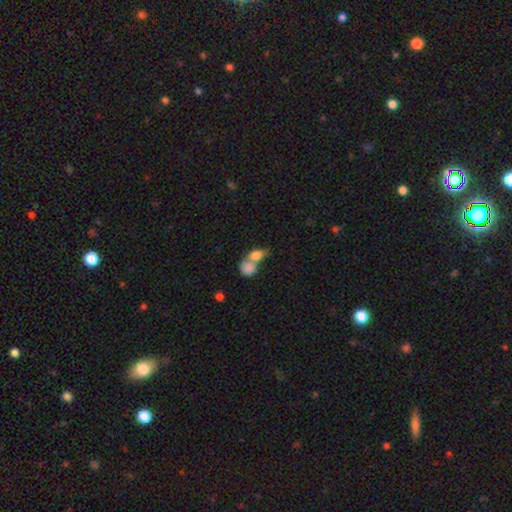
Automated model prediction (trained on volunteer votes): Q: Smooth or featured?
A: smooth (80%); runner-up: featured or disk (12%)
Q: How rounded?
A: in between (55%); runner-up: round (42%)
Q: Merging?
A: merger (67%); runner-up: none (21%)